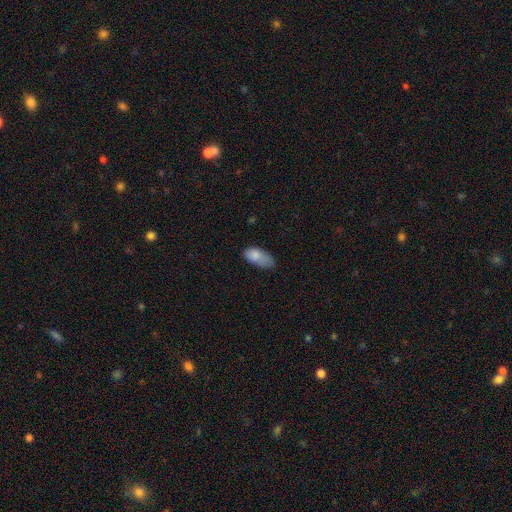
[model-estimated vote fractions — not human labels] Smooth or featured? Predicted: smooth (p=0.82). How rounded? Predicted: in between (p=0.90). Merging? Predicted: none (p=0.43).